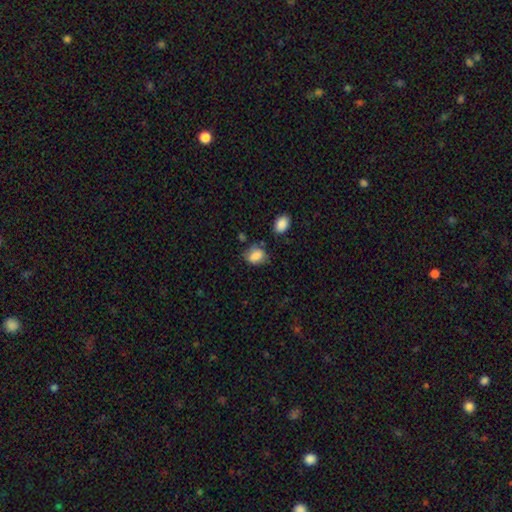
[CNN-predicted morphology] Overall: smooth (82%). How rounded: in between (69%; round 30%). Merging: none (58%; minor disturbance 27%).